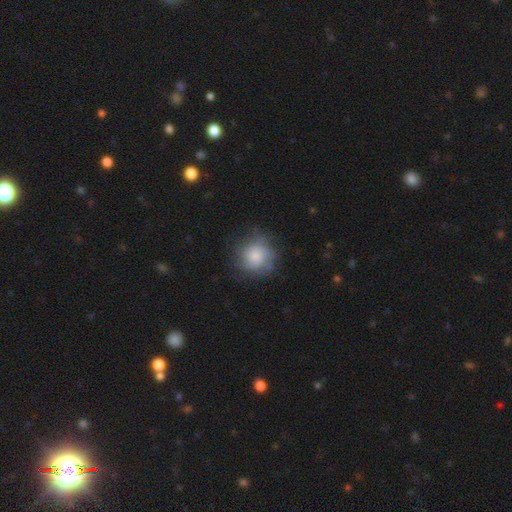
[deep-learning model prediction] Smooth or featured? smooth (65%)
How rounded? round (88%)
Merging? none (67%)